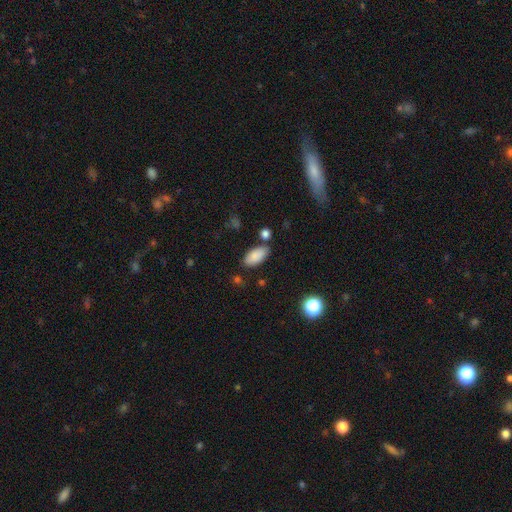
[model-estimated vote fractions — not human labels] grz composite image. It shows a smooth galaxy with no disk features (86%) that is in between round and cigar-shaped (93%). Merging: none (75%).